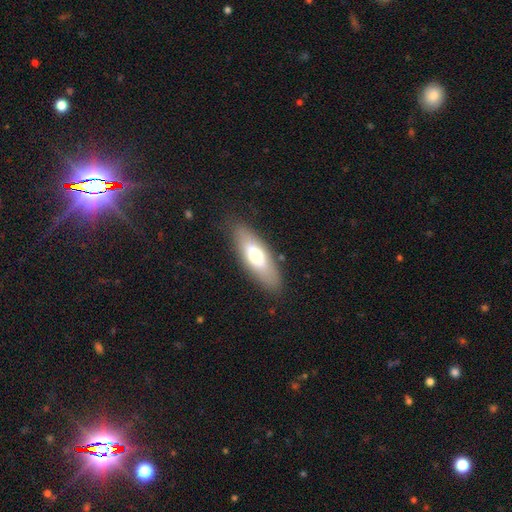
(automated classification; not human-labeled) smooth 64%, featured or disk 29%, star or artifact 6%. Down the decision tree: how rounded — in between (65%); merging — none (84%).